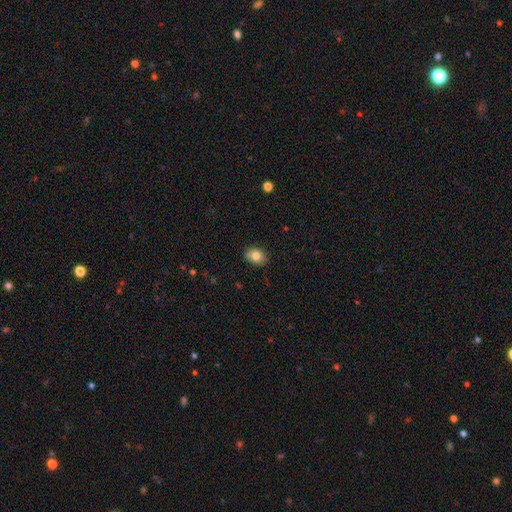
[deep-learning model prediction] Q: Smooth or featured?
A: smooth (81%); runner-up: star or artifact (10%)
Q: How rounded?
A: in between (58%); runner-up: round (41%)
Q: Merging?
A: none (80%); runner-up: minor disturbance (14%)